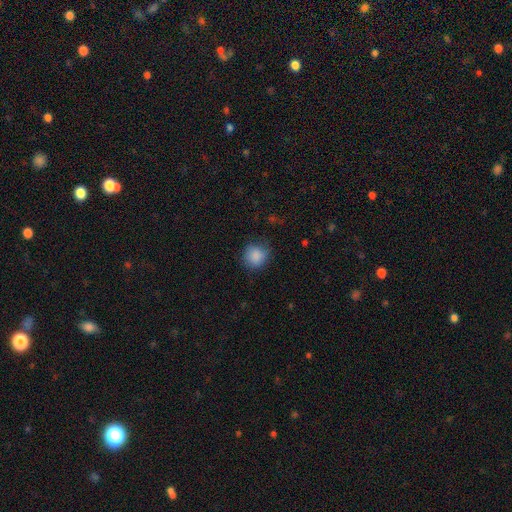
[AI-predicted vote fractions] Q: Smooth or featured?
A: smooth (87%); runner-up: star or artifact (9%)
Q: How rounded?
A: round (85%); runner-up: in between (14%)
Q: Merging?
A: none (76%); runner-up: minor disturbance (18%)